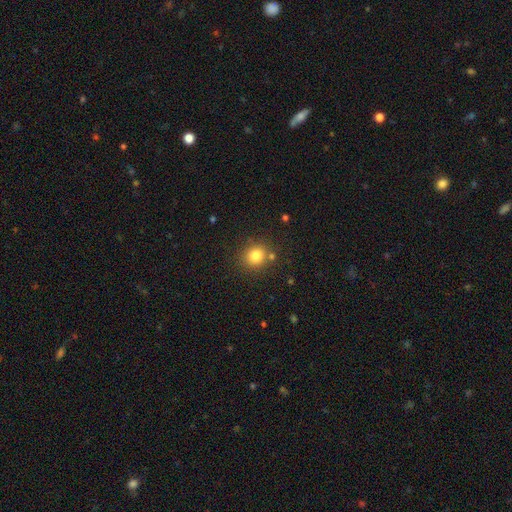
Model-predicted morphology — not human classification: This is clearly a smooth galaxy (81%). How rounded: clearly round (82%). Merging: clearly none (80%).